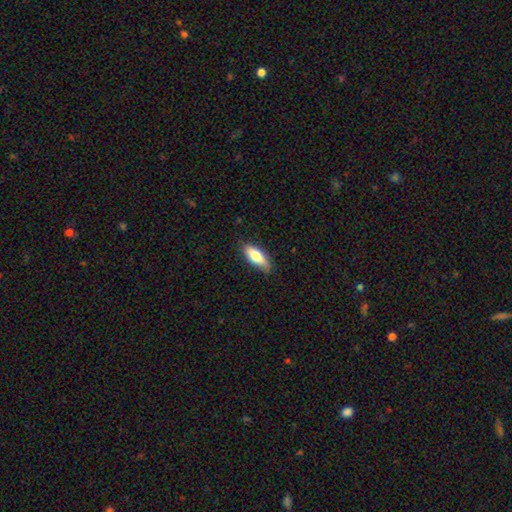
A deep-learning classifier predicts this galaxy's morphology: smooth-or-featured: smooth: 72% | featured or disk: 22% | star or artifact: 6%
  how-rounded: in between: 70% | cigar-shaped: 27% | round: 2%
  merging: none: 81% | minor disturbance: 16% | major disturbance: 3% | merger: 1%